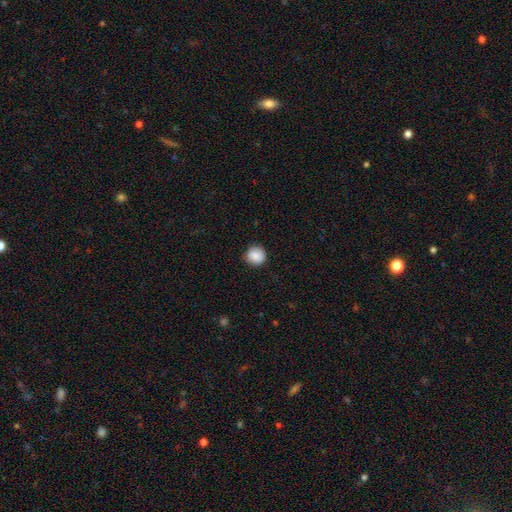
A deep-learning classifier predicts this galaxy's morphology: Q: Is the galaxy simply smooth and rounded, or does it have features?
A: smooth — 85%.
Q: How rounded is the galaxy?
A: round — 91%.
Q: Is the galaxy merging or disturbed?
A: none — 84%.